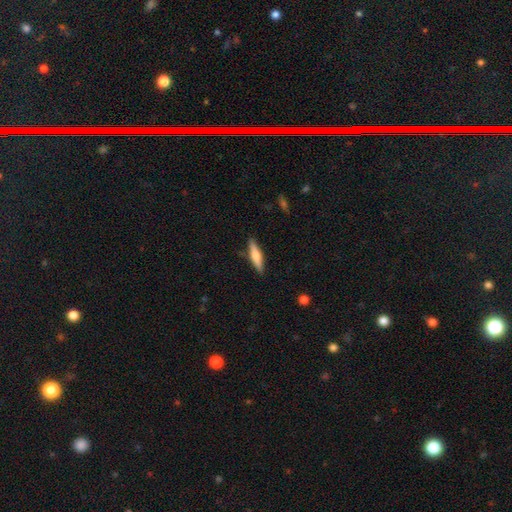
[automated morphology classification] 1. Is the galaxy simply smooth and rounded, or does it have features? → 53% smooth, 41% featured or disk, 6% star or artifact.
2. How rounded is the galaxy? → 79% cigar-shaped, 19% in between, 2% round.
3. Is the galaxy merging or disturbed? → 88% none, 9% minor disturbance, 2% major disturbance, 1% merger.